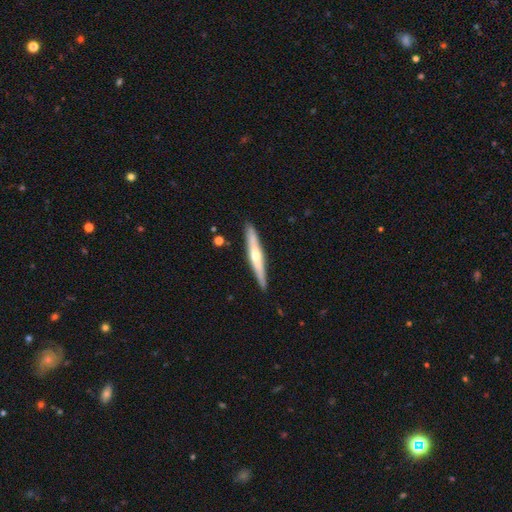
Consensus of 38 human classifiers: A featured or disk galaxy (66%) viewed edge-on (100%) with a rounded central bulge (100%). Merging: none (95%).